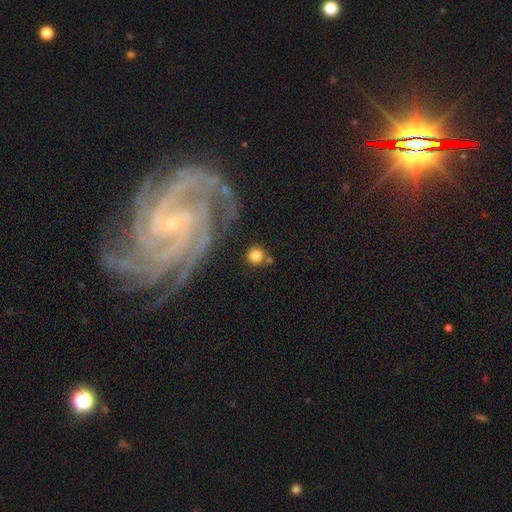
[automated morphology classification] This is likely a smooth galaxy (80%). How rounded: clearly round (94%). Merging: likely none (76%).